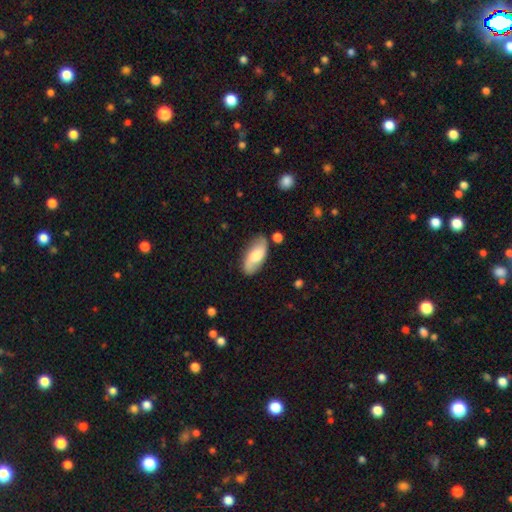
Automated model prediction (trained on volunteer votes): Smooth or featured? smooth (52%)
How rounded? in between (88%)
Merging? none (75%)